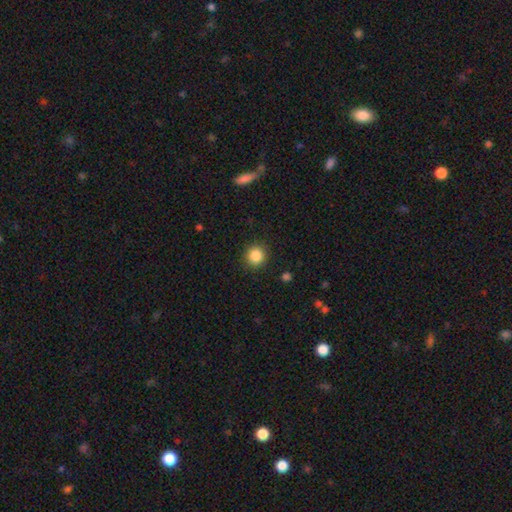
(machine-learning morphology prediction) A smooth galaxy with no disk features (86%) that is round (92%).

Vote fractions:
- Smooth or featured? smooth: 86% / star or artifact: 10% / featured or disk: 4%
- How rounded? round: 92% / in between: 7% / cigar-shaped: 1%
- Merging? none: 90% / minor disturbance: 6% / major disturbance: 2% / merger: 1%